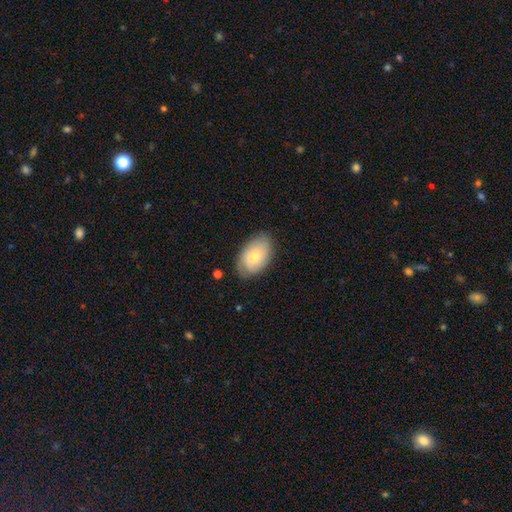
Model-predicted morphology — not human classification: smooth-or-featured: smooth: 63% | featured or disk: 29% | star or artifact: 7%
  how-rounded: in between: 92% | round: 7% | cigar-shaped: 2%
  merging: none: 75% | minor disturbance: 19% | major disturbance: 4% | merger: 2%